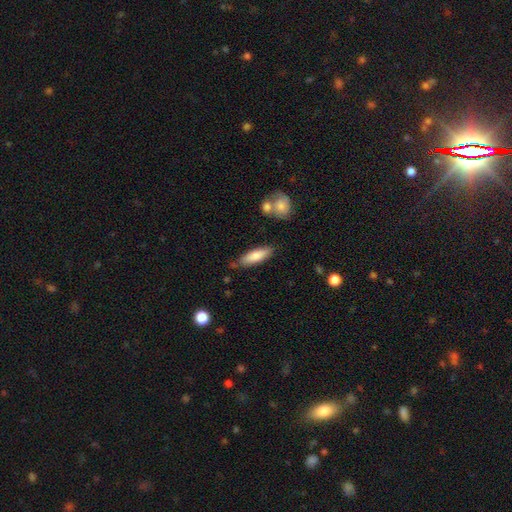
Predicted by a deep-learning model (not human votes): Smooth or featured? smooth (79%)
How rounded? cigar-shaped (51%)
Merging? none (76%)